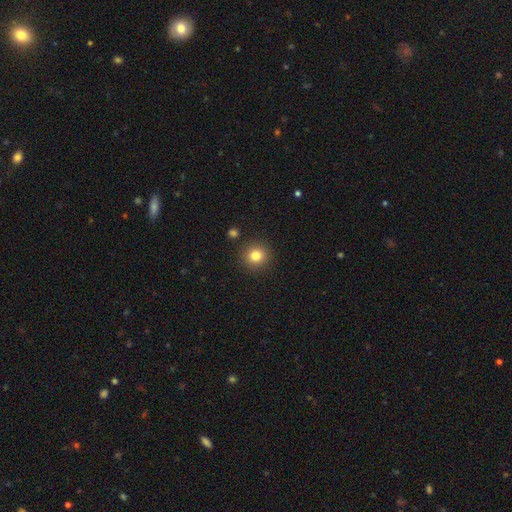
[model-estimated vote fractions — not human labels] Smooth or featured: smooth — 82% (star or artifact — 12%)
How rounded: round — 92% (in between — 7%)
Merging: none — 89% (minor disturbance — 6%)